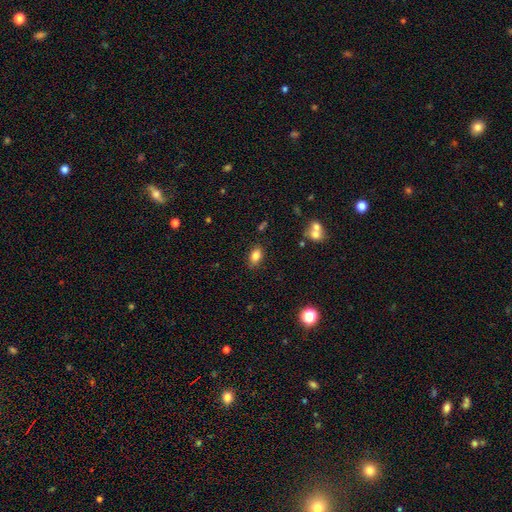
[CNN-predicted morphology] A smooth galaxy with no disk features (84%) that is in between round and cigar-shaped (87%). Merging: none (84%).